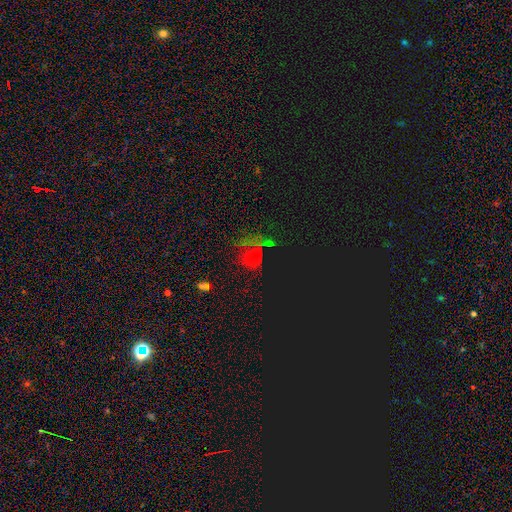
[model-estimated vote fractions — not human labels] star or artifact 56%, smooth 29%, featured or disk 15%.